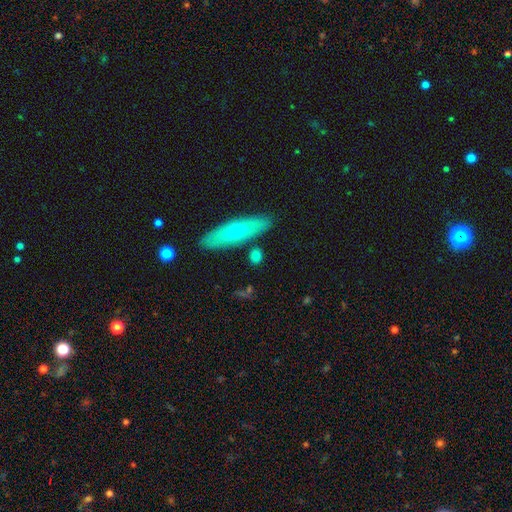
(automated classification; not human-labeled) Smooth or featured? Predicted: smooth (p=0.71). How rounded? Predicted: in between (p=0.39). Merging? Predicted: none (p=0.80).